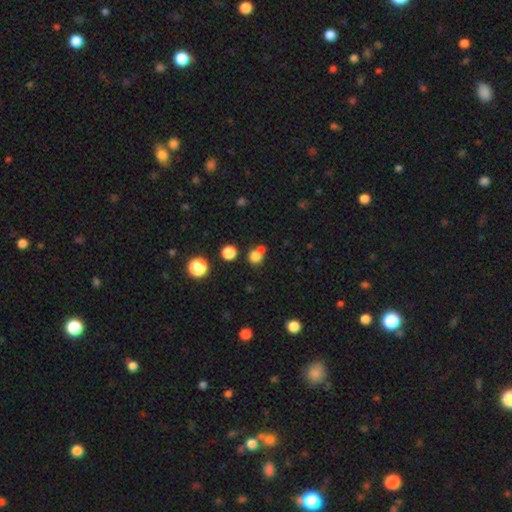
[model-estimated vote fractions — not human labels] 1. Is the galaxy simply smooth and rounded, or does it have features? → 78% smooth, 15% star or artifact, 7% featured or disk.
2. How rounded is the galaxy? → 86% round, 13% in between, 1% cigar-shaped.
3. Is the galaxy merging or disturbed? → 54% none, 33% merger, 9% minor disturbance, 4% major disturbance.